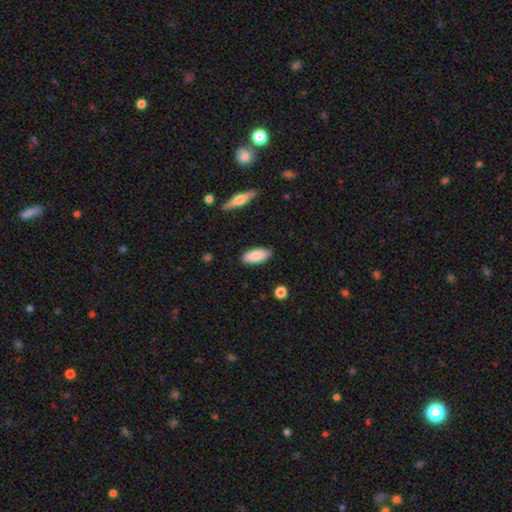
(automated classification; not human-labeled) Overall: smooth (84%). How rounded: in between (81%). Merging: none (87%).